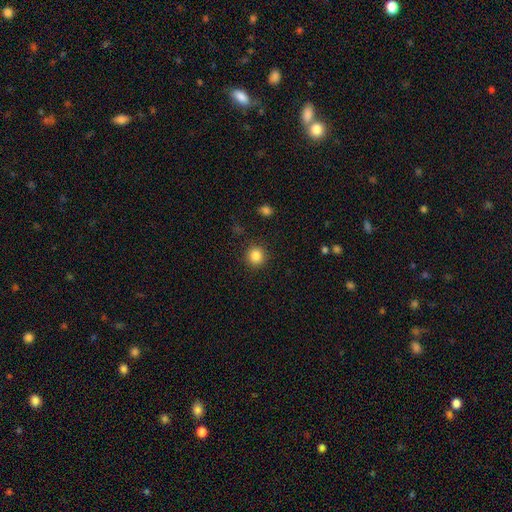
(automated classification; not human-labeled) A smooth galaxy with no disk features (85%) that is round (91%).

Vote fractions:
- Smooth or featured? smooth: 85% / star or artifact: 11% / featured or disk: 5%
- How rounded? round: 91% / in between: 8% / cigar-shaped: 1%
- Merging? none: 90% / minor disturbance: 6% / major disturbance: 2% / merger: 1%